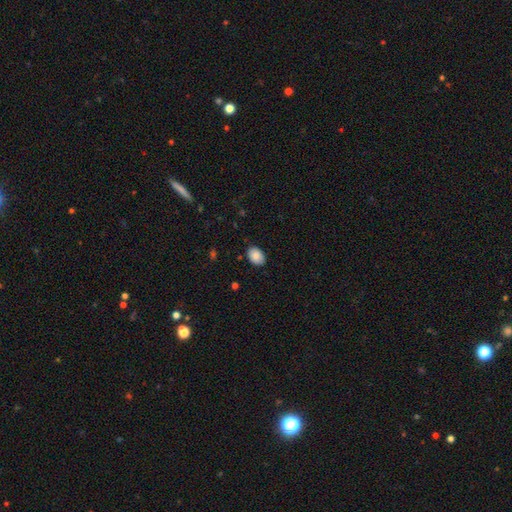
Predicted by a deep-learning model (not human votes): Morphology: type=smooth (88%); roundness=in between (84%); merging=none (86%).